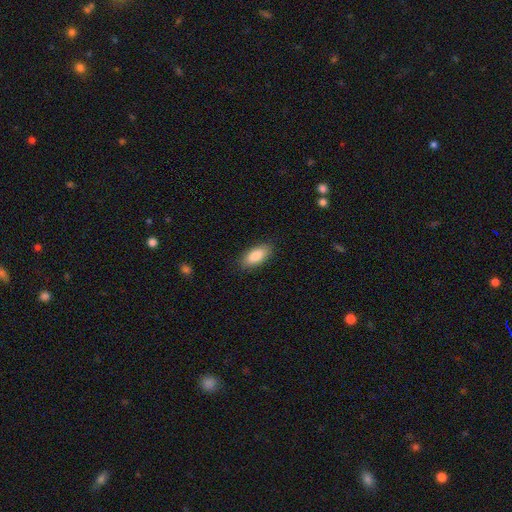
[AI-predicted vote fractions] This is clearly a smooth galaxy (86%). How rounded: clearly in between (90%). Merging: clearly none (87%).